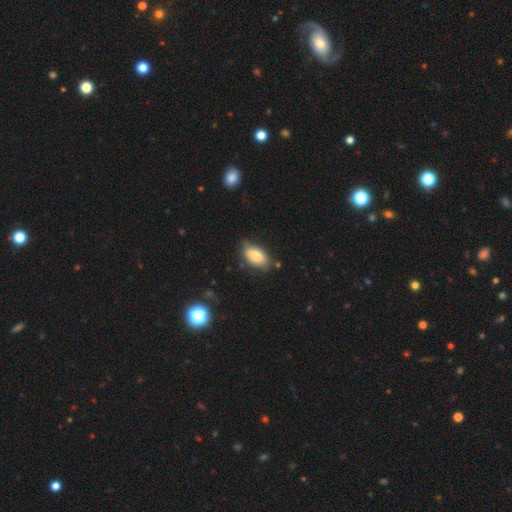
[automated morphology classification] Smooth or featured: smooth — 80% (featured or disk — 13%)
How rounded: in between — 93% (round — 4%)
Merging: none — 72% (minor disturbance — 21%)